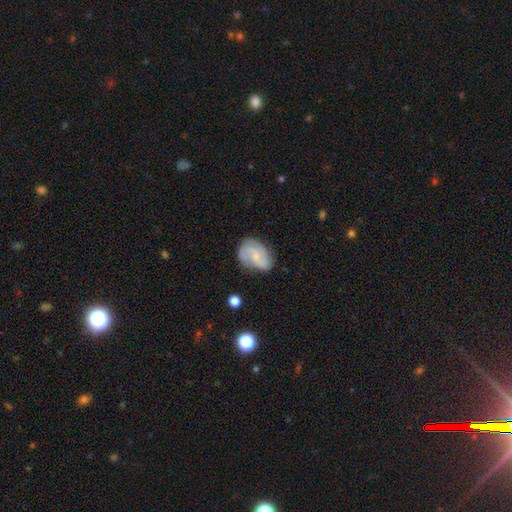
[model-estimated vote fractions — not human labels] This is possibly a featured or disk galaxy (59%). It is clearly not viewed edge-on (97%). Bar: possibly no (52%). Spiral arm pattern: clearly yes (87%). Central bulge: possibly small (57%). Merging: likely none (63%).